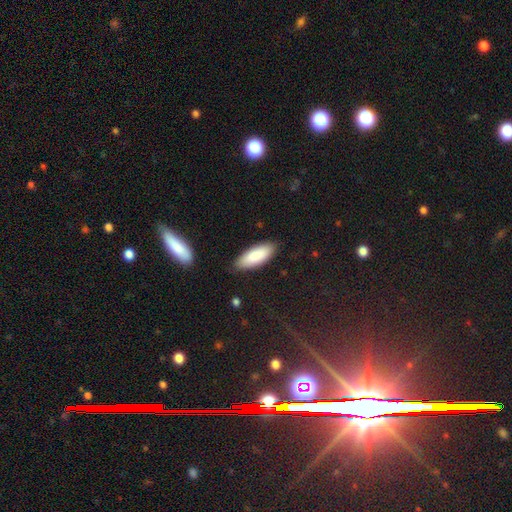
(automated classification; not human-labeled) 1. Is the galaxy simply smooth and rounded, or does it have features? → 86% smooth, 8% featured or disk, 5% star or artifact.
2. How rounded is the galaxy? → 75% in between, 24% cigar-shaped, 2% round.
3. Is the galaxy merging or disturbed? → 83% none, 13% minor disturbance, 2% major disturbance, 2% merger.